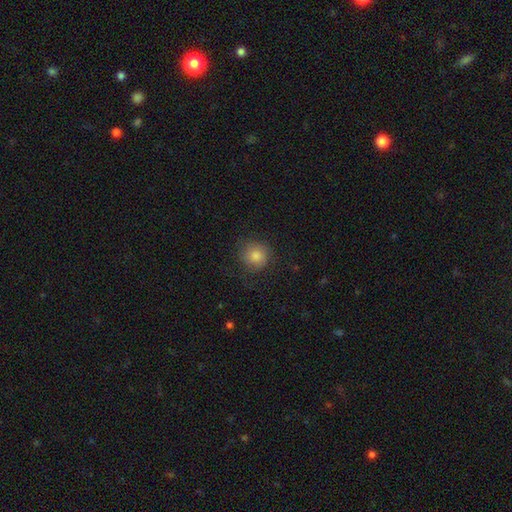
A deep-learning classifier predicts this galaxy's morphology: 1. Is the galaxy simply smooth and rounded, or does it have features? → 80% smooth, 12% star or artifact, 8% featured or disk.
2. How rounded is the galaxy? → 92% round, 7% in between, 1% cigar-shaped.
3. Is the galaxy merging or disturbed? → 81% none, 13% minor disturbance, 5% major disturbance, 1% merger.